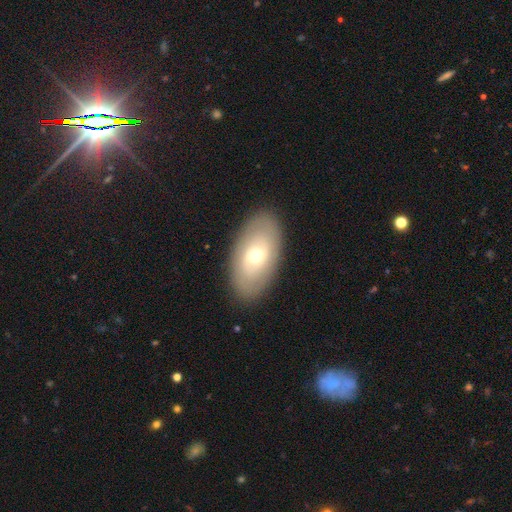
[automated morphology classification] The model was most divided on "smooth or featured": smooth: 52%, featured or disk: 41%, star or artifact: 7%. More confident: how rounded — in between (92%); merging — none (87%).